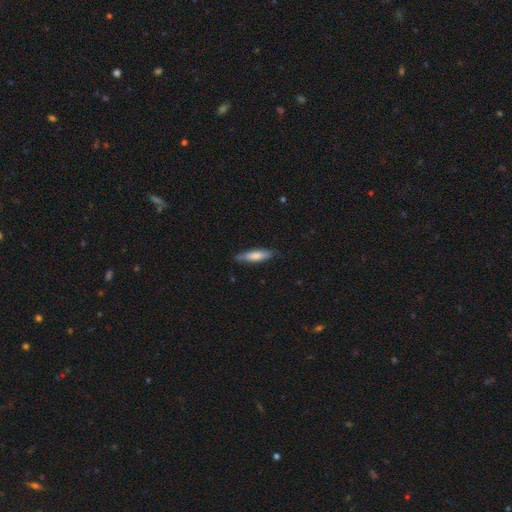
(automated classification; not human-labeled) This is likely a smooth galaxy (74%). How rounded: likely cigar-shaped (71%). Merging: clearly none (81%).